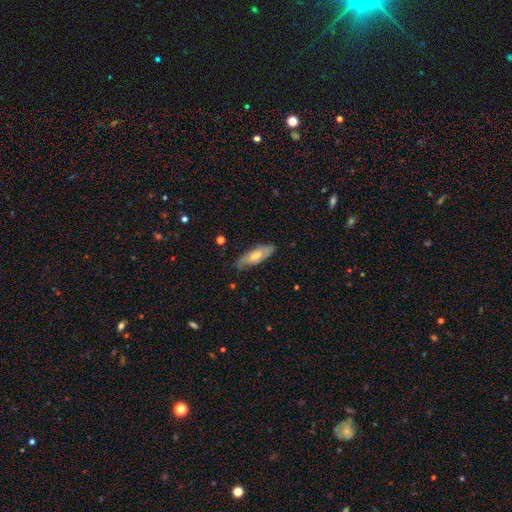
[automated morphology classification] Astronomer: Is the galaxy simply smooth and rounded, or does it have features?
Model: smooth — 48% (runner-up: featured or disk, 45%).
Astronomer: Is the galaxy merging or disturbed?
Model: none — 78%.